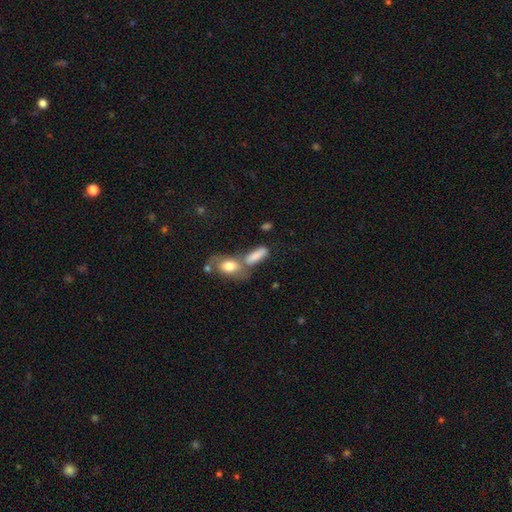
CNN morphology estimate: This is likely a smooth galaxy (79%). How rounded: likely in between (70%). Merging: marginally merger (44%).